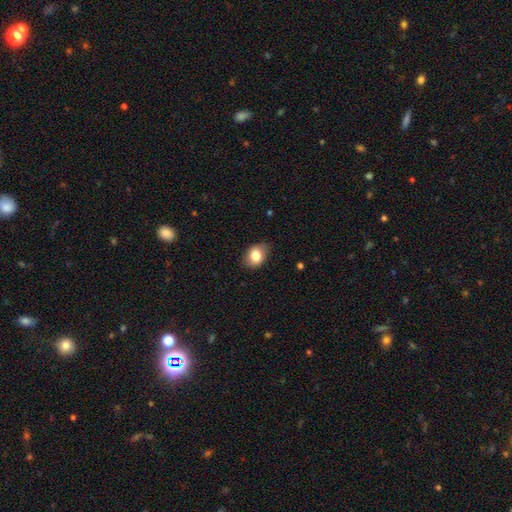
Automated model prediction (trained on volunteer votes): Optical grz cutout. It shows a smooth galaxy with no disk features (80%) that is in between round and cigar-shaped (65%). Merging: none (78%).